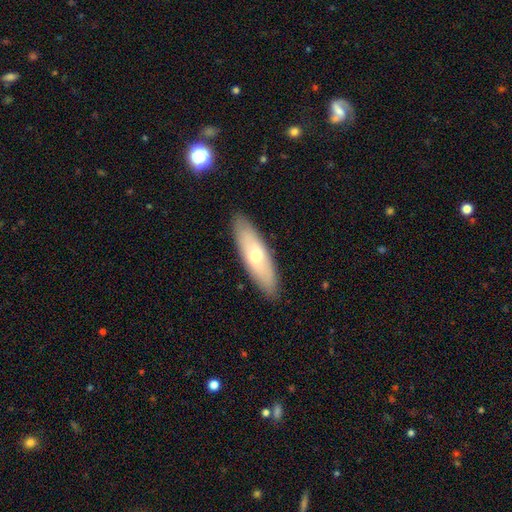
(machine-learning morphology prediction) type=smooth (55%); roundness=in between (51%); merging=none (88%).